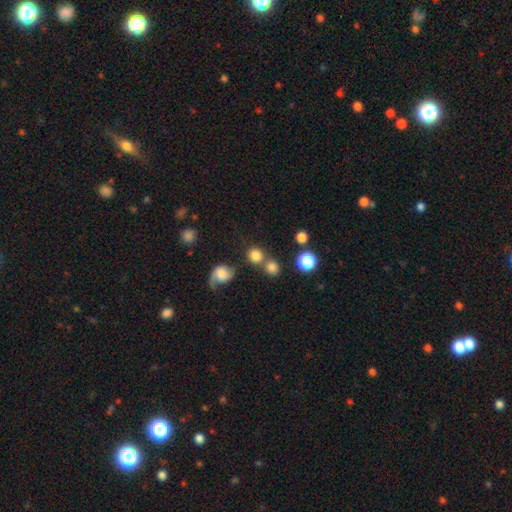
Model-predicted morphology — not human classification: Smooth or featured: smooth — 79% (star or artifact — 11%)
How rounded: round — 89% (in between — 10%)
Merging: none — 58% (merger — 27%)